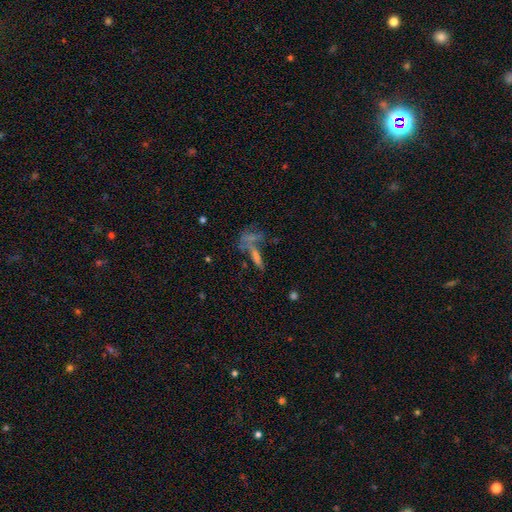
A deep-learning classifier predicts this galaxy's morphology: This is marginally a smooth galaxy (41%). Merging: marginally none (42%).